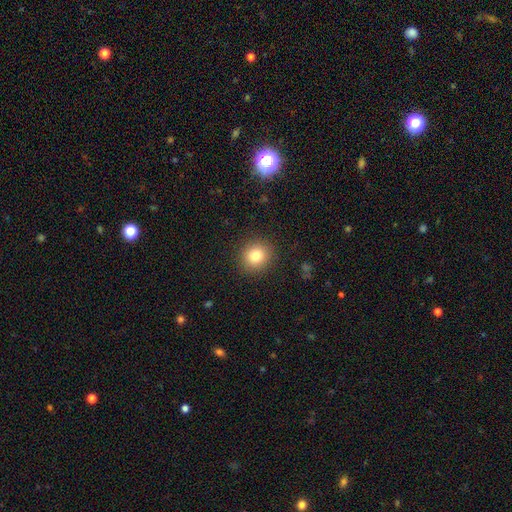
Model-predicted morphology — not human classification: smooth 80%, star or artifact 11%, featured or disk 8%. Down the decision tree: how rounded — round (88%); merging — none (90%).